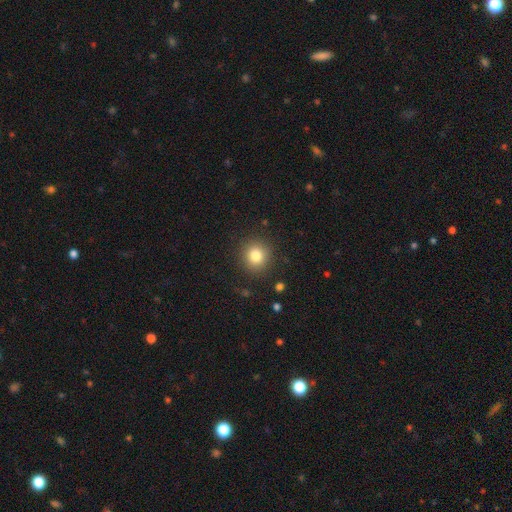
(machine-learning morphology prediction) smooth 81%, star or artifact 12%, featured or disk 7%. Down the decision tree: how rounded — round (89%); merging — none (89%).